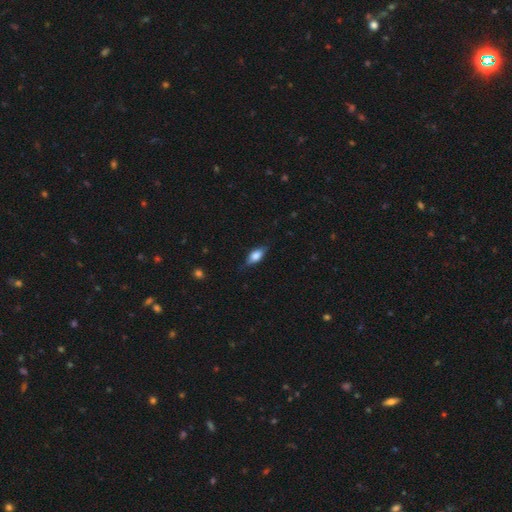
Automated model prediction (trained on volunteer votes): Smooth or featured? smooth (61%)
How rounded? in between (79%)
Merging? none (77%)